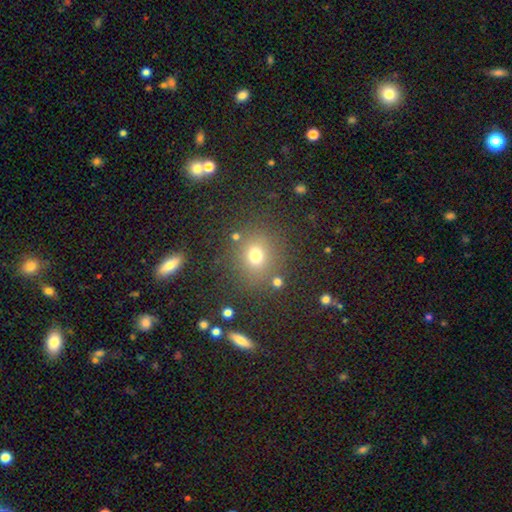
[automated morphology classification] Smooth or featured? Predicted: smooth (p=0.69). How rounded? Predicted: round (p=0.82). Merging? Predicted: none (p=0.81).